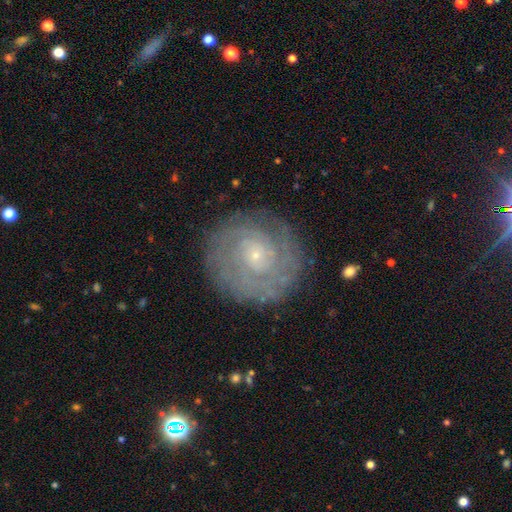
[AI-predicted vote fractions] smooth_or_featured: featured or disk (p=0.80) [alt: smooth p=0.13]
disk_edge_on: no (p=0.98) [alt: yes p=0.02]
bar: no (p=0.75) [alt: weak p=0.21]
has_spiral_arms: yes (p=0.94) [alt: no p=0.06]
spiral_winding: tight (p=0.79) [alt: medium p=0.17]
spiral_arm_count: can't tell (p=0.32) [alt: 2 p=0.31]
bulge_size: small (p=0.86) [alt: moderate p=0.09]
merging: none (p=0.84) [alt: minor disturbance p=0.11]